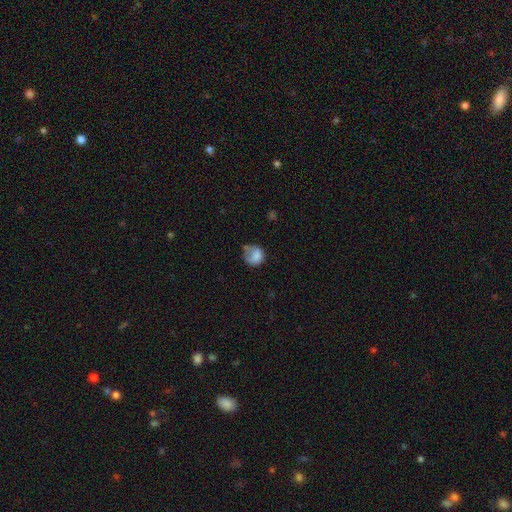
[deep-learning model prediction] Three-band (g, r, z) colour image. It shows a smooth galaxy with no disk features (76%) that is round (70%). Merging: none (38%).